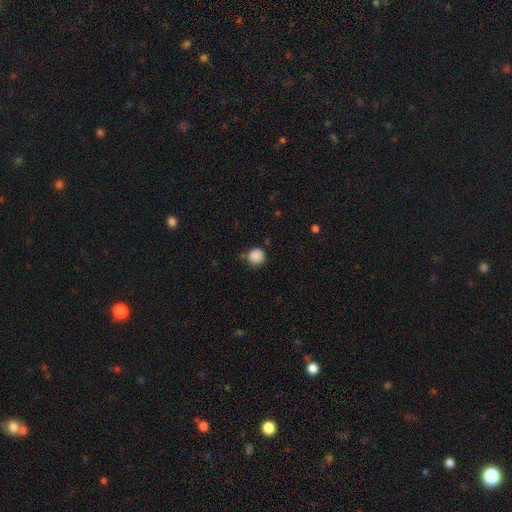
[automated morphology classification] type=smooth (87%); roundness=round (90%); merging=none (74%).